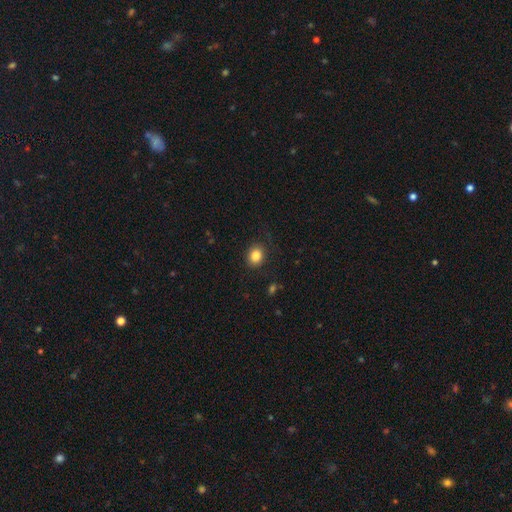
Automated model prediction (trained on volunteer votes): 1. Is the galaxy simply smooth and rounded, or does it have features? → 84% smooth, 10% star or artifact, 6% featured or disk.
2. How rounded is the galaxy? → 66% round, 33% in between, 1% cigar-shaped.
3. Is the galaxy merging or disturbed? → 85% none, 10% minor disturbance, 4% major disturbance, 1% merger.